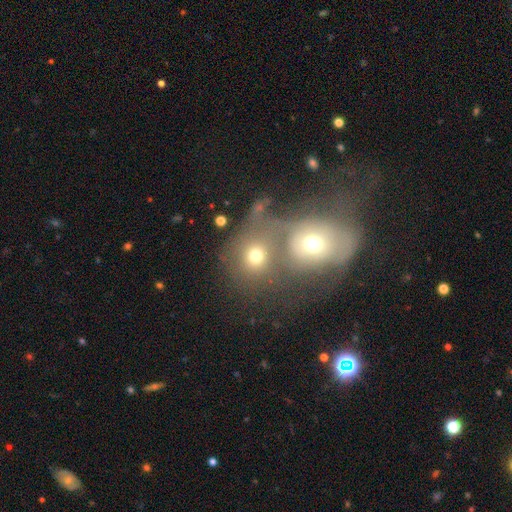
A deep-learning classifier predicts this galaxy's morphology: Overall: smooth (70%). How rounded: round (78%). Merging: merger (60%; none 26%).